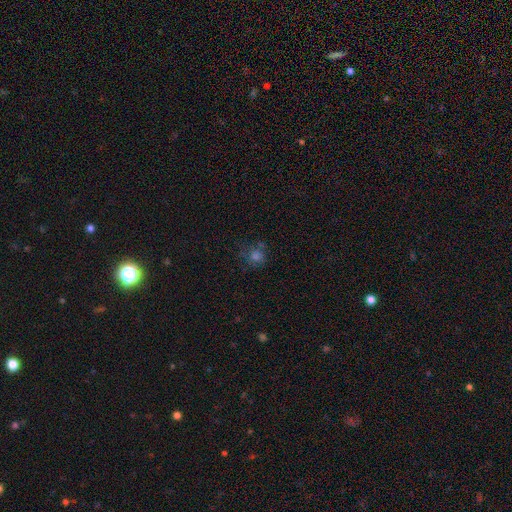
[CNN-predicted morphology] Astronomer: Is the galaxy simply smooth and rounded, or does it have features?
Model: smooth — 59%.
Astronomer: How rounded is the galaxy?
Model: round — 85%.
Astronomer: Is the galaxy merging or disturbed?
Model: none — 64%.